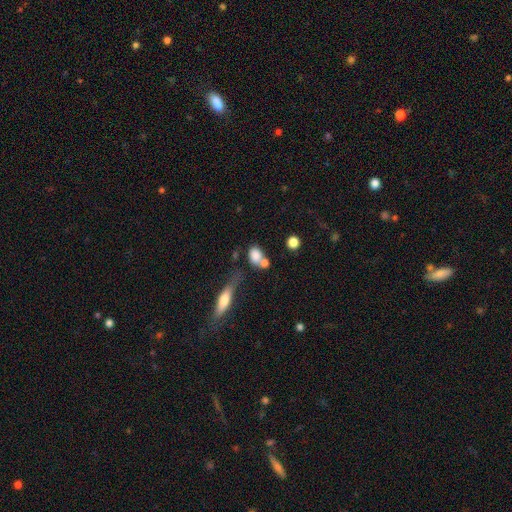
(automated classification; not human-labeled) A smooth galaxy with no disk features (79%) that is in between round and cigar-shaped (59%).

Vote fractions:
- Smooth or featured? smooth: 79% / featured or disk: 11% / star or artifact: 10%
- How rounded? in between: 59% / round: 37% / cigar-shaped: 4%
- Merging? merger: 40% / none: 37% / minor disturbance: 14% / major disturbance: 9%